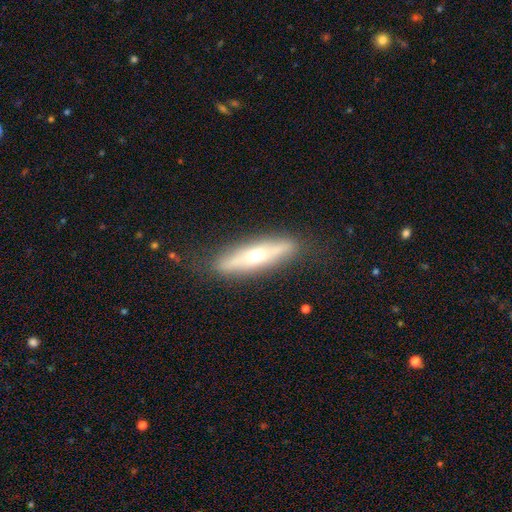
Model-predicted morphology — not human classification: A featured or disk galaxy (52%) viewed edge-on (77%). Merging: none (82%).